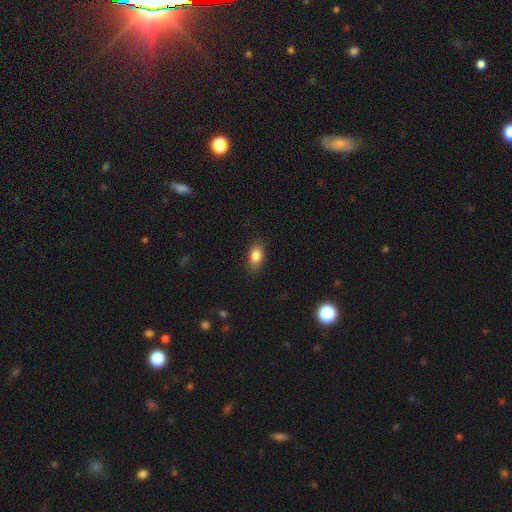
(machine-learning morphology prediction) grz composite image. It shows a smooth galaxy with no disk features (85%) that is in between round and cigar-shaped (86%). Merging: none (86%).